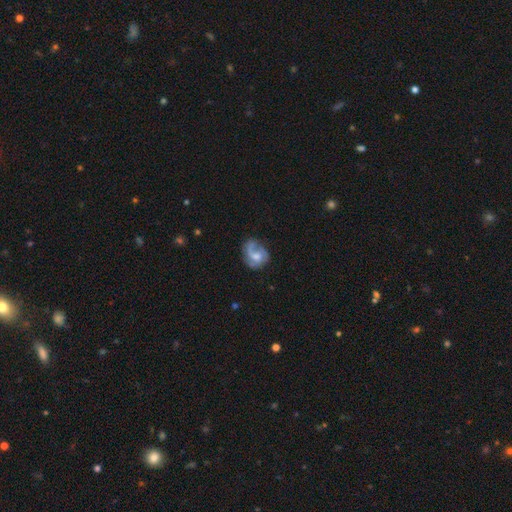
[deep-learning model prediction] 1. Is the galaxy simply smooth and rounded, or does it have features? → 67% featured or disk, 26% smooth, 7% star or artifact.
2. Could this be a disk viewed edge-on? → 98% no, 2% yes.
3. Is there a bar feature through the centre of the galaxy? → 55% no, 39% weak, 7% strong.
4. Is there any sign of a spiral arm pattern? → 86% yes, 14% no.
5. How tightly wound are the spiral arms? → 45% medium, 33% loose, 22% tight.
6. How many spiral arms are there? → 52% 2, 21% 1, 14% can't tell, 10% 3, 2% 4, 2% more than 4.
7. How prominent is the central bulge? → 48% moderate, 28% small, 13% none, 9% large, 1% dominant.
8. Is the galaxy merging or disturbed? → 53% none, 24% minor disturbance, 20% major disturbance, 3% merger.